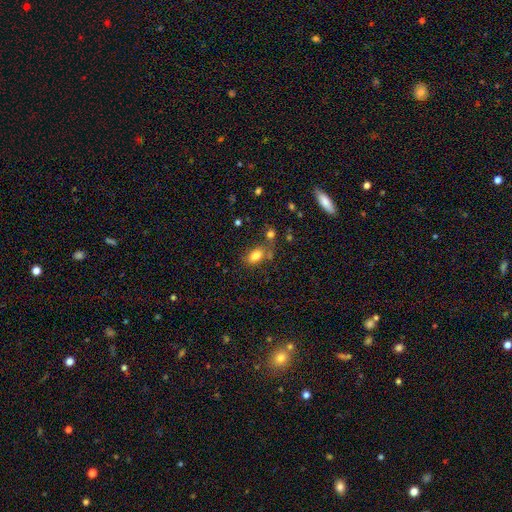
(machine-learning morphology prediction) Smooth or featured? Predicted: smooth (p=0.81). How rounded? Predicted: in between (p=0.80). Merging? Predicted: none (p=0.63).